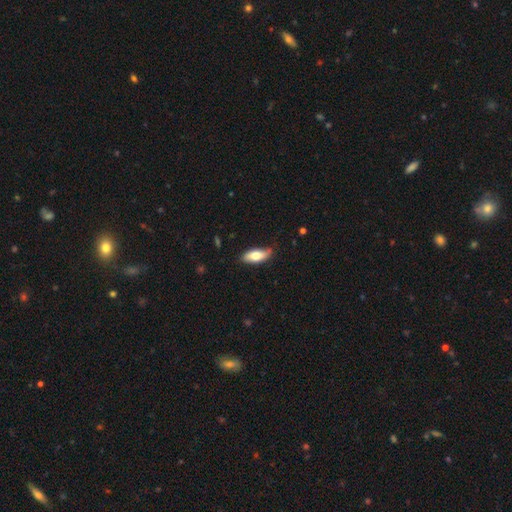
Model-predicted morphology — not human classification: type=smooth (71%); roundness=in between (79%); merging=none (75%).